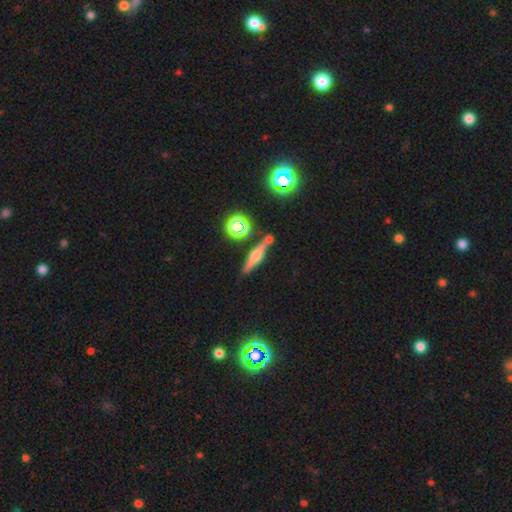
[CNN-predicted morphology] Smooth or featured? Predicted: featured or disk (p=0.59). Edge-on disk? Predicted: yes (p=0.94). Edge-on bulge? Predicted: rounded (p=0.84). Merging? Predicted: none (p=0.76).